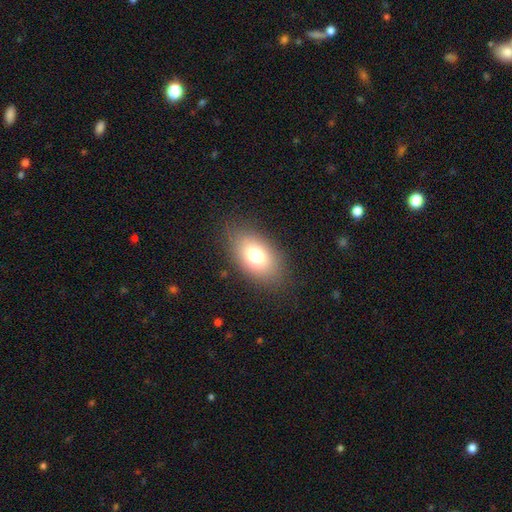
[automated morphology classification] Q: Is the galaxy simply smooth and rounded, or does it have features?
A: smooth — 75%.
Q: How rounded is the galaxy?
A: in between — 87%.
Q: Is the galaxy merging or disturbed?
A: none — 82%.